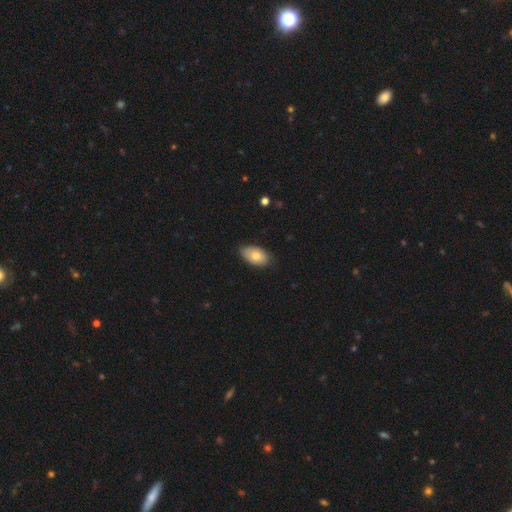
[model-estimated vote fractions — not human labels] smooth_or_featured: smooth (p=0.77) [alt: featured or disk p=0.16]
how_rounded: in between (p=0.94) [alt: round p=0.05]
merging: none (p=0.78) [alt: minor disturbance p=0.19]